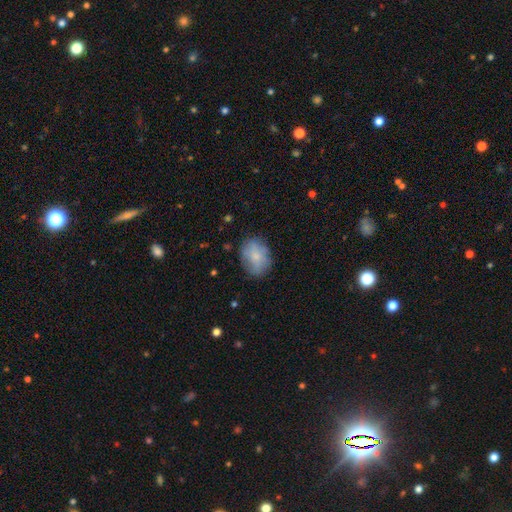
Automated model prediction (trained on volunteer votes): This is likely a smooth galaxy (74%). How rounded: likely in between (71%). Merging: likely none (75%).